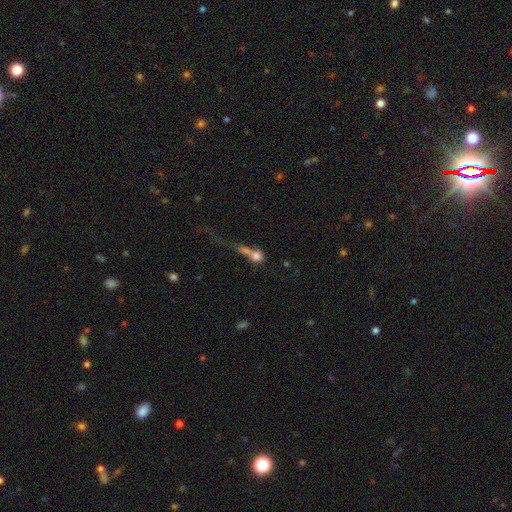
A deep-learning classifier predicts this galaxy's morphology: The model was most divided on "merging": merger: 58%, none: 20%, major disturbance: 15%, minor disturbance: 7%. More confident: how rounded — round (73%); smooth or featured — smooth (71%).